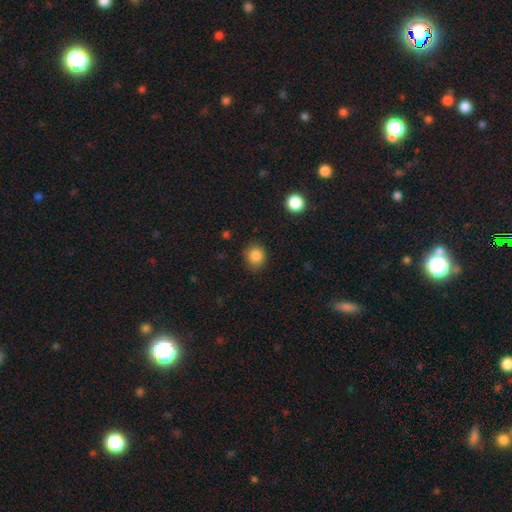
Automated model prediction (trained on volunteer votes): A smooth galaxy with no disk features (86%) that is round (74%).

Vote fractions:
- Smooth or featured? smooth: 86% / star or artifact: 10% / featured or disk: 5%
- How rounded? round: 74% / in between: 25% / cigar-shaped: 1%
- Merging? none: 83% / minor disturbance: 12% / major disturbance: 3% / merger: 1%